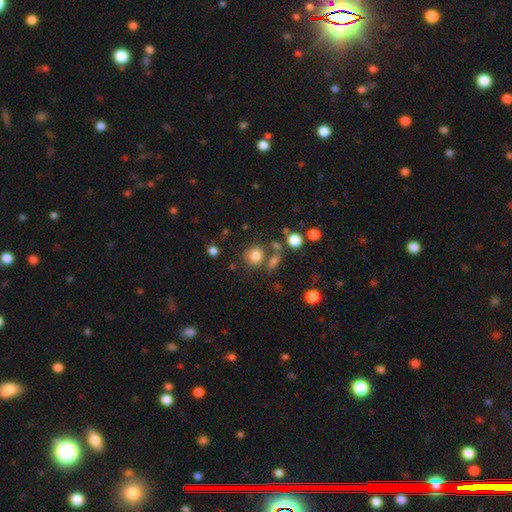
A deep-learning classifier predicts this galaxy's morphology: Smooth or featured?
  - smooth: 80% *
  - star or artifact: 13%
  - featured or disk: 7%
How rounded?
  - round: 78% *
  - in between: 21%
  - cigar-shaped: 1%
Merging?
  - none: 68% *
  - merger: 15%
  - minor disturbance: 11%
  - major disturbance: 5%